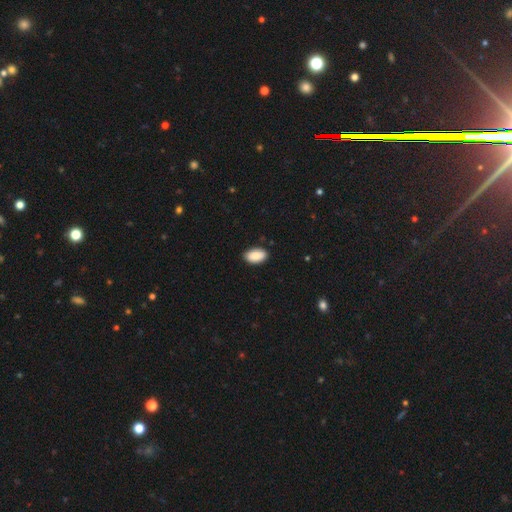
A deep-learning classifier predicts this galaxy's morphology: Q: Smooth or featured?
A: smooth (89%); runner-up: star or artifact (6%)
Q: How rounded?
A: in between (95%); runner-up: round (4%)
Q: Merging?
A: none (87%); runner-up: minor disturbance (10%)